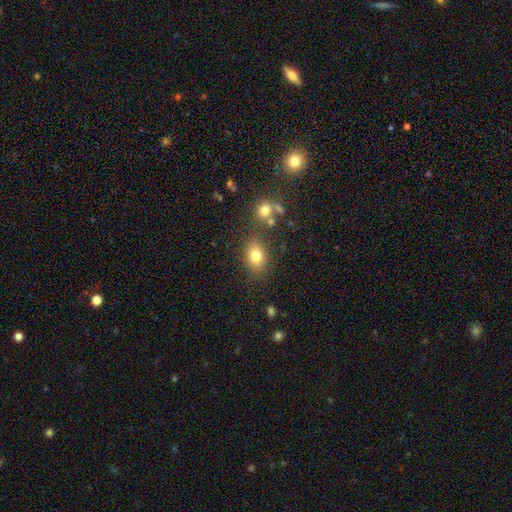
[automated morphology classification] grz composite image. It shows a smooth galaxy with no disk features (79%) that is in between round and cigar-shaped (66%). Merging: none (76%).